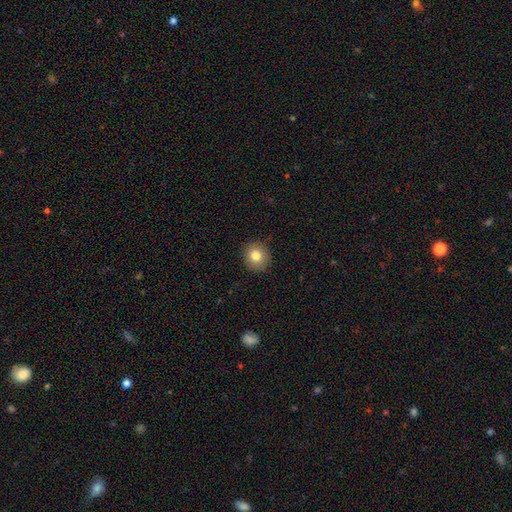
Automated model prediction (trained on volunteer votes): A smooth galaxy with no disk features (80%) that is round (88%).

Vote fractions:
- Smooth or featured? smooth: 80% / star or artifact: 10% / featured or disk: 9%
- How rounded? round: 88% / in between: 11% / cigar-shaped: 1%
- Merging? none: 91% / minor disturbance: 6% / major disturbance: 2% / merger: 1%